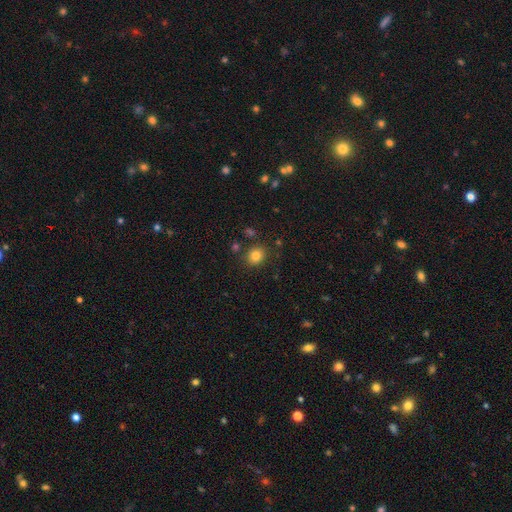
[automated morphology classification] This appears to be a smooth galaxy with no disk features (82%) that is round (71%). Merging: none (84%).